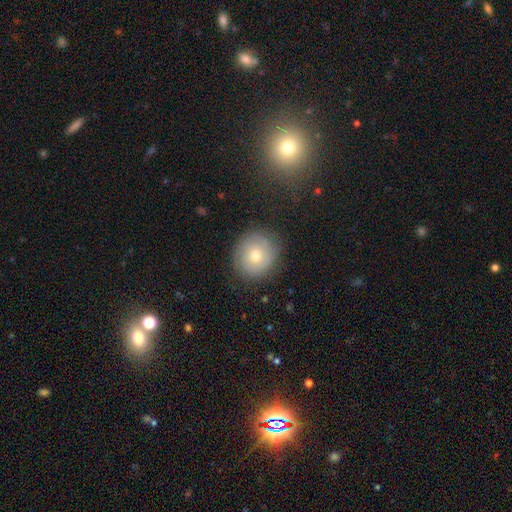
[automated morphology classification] smooth-or-featured: smooth: 52% | featured or disk: 36% | star or artifact: 12%
  how-rounded: round: 83% | in between: 16% | cigar-shaped: 1%
  merging: none: 83% | minor disturbance: 12% | major disturbance: 4% | merger: 1%